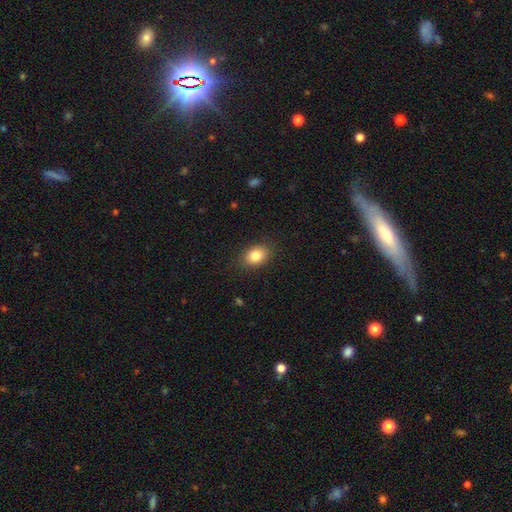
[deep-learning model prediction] This appears to be a smooth galaxy with no disk features (84%) that is in between round and cigar-shaped (72%). Merging: none (86%).